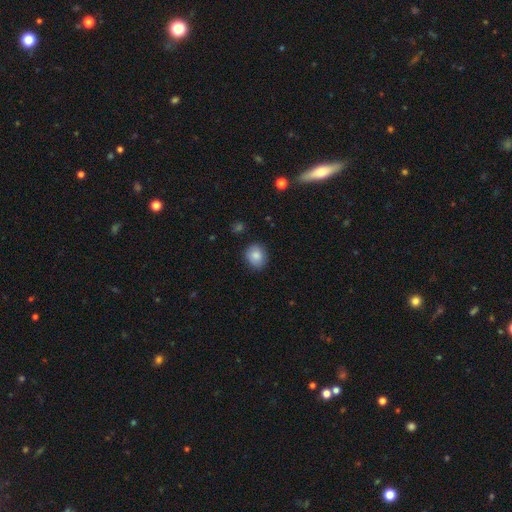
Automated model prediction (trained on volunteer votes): Q: Smooth or featured?
A: smooth (86%); runner-up: star or artifact (8%)
Q: How rounded?
A: round (66%); runner-up: in between (33%)
Q: Merging?
A: none (83%); runner-up: minor disturbance (13%)